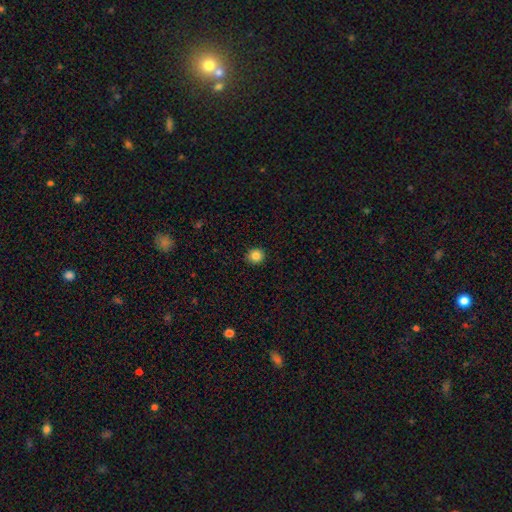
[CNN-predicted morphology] Smooth or featured? Predicted: smooth (p=0.85). How rounded? Predicted: round (p=0.89). Merging? Predicted: none (p=0.91).